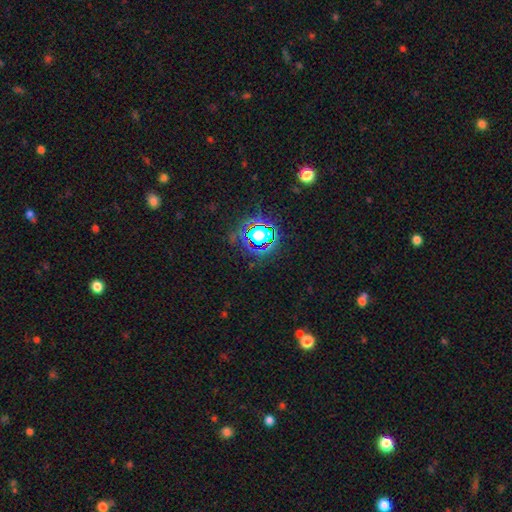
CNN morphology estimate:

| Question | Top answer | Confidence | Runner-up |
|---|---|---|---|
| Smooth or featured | star or artifact | 81% | smooth (11%) |